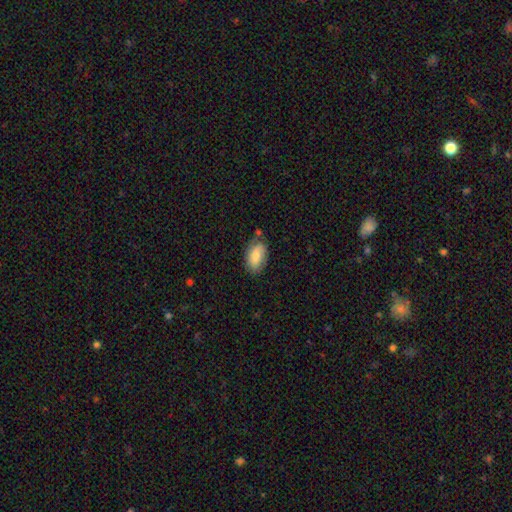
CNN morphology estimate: A smooth galaxy with no disk features (74%) that is in between round and cigar-shaped (93%). Merging: none (68%).